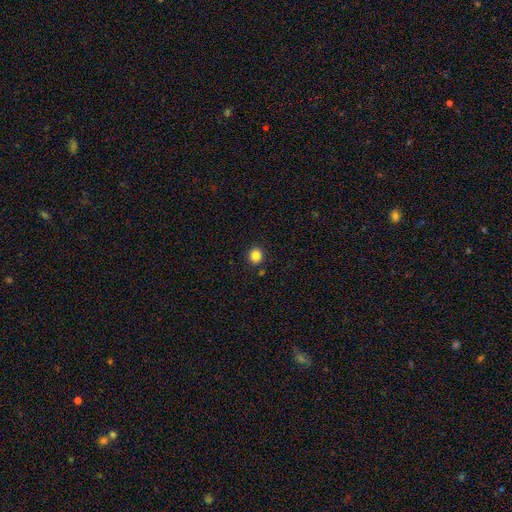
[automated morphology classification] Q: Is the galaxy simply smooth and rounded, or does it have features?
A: smooth — 86%.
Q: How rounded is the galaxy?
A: round — 90%.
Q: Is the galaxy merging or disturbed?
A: none — 89%.